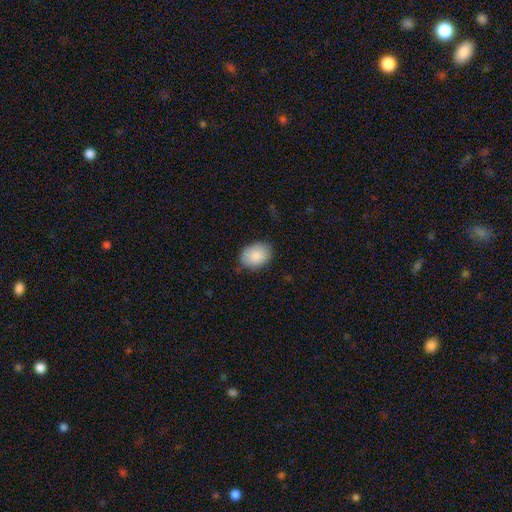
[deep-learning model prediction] smooth-or-featured: smooth: 87% | star or artifact: 7% | featured or disk: 6%
  how-rounded: in between: 69% | round: 30% | cigar-shaped: 1%
  merging: none: 77% | minor disturbance: 18% | major disturbance: 3% | merger: 1%